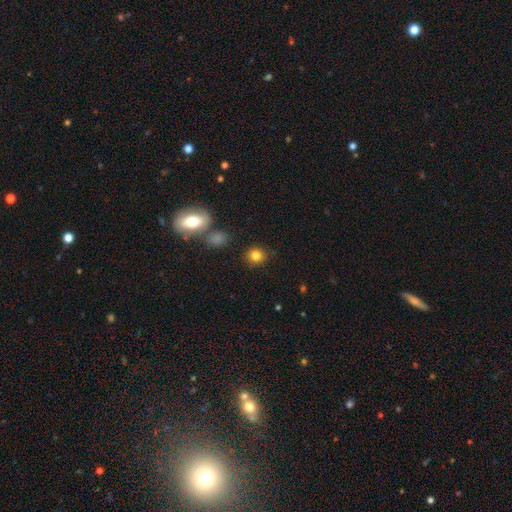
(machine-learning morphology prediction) Overall: smooth (83%). How rounded: round (83%). Merging: none (86%).